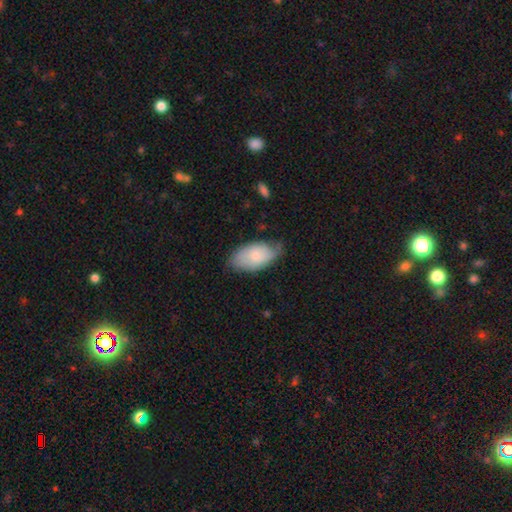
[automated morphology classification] smooth 72%, featured or disk 22%, star or artifact 6%. Down the decision tree: how rounded — in between (94%); merging — none (61%).